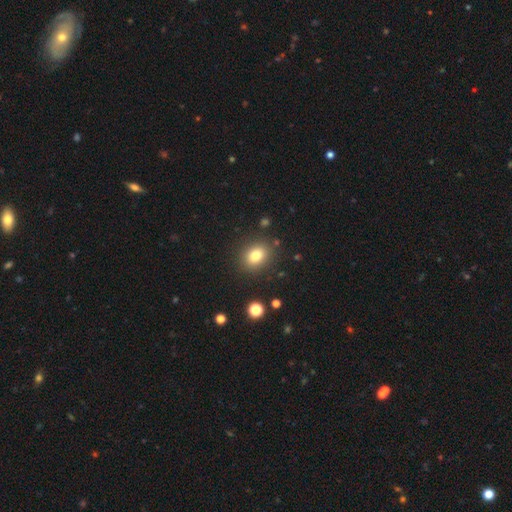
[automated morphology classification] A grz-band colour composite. It shows a smooth galaxy with no disk features (80%) that is in between round and cigar-shaped (53%). Merging: none (86%).